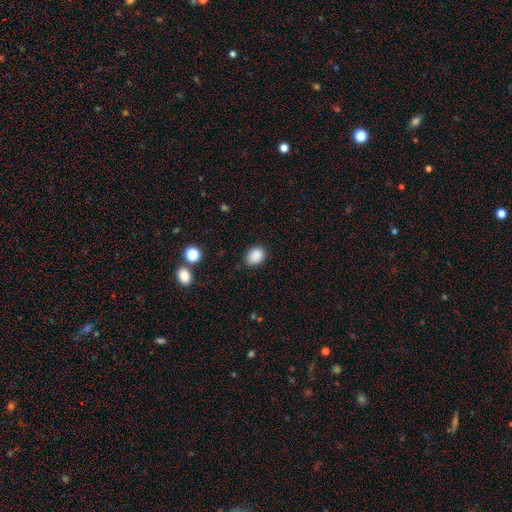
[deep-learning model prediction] The model was most divided on "how rounded": in between: 61%, round: 38%, cigar-shaped: 1%. More confident: smooth or featured — smooth (87%); merging — none (82%).